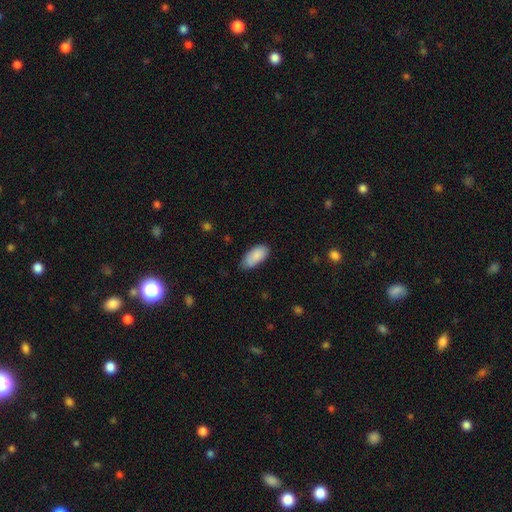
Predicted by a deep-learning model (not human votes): Smooth or featured? Predicted: smooth (p=0.87). How rounded? Predicted: in between (p=0.92). Merging? Predicted: none (p=0.73).